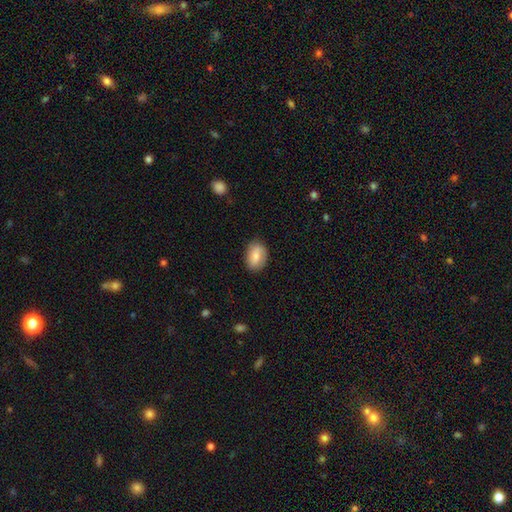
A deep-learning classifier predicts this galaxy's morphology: This appears to be a smooth galaxy with no disk features (74%) that is in between round and cigar-shaped (84%). Merging: none (82%).